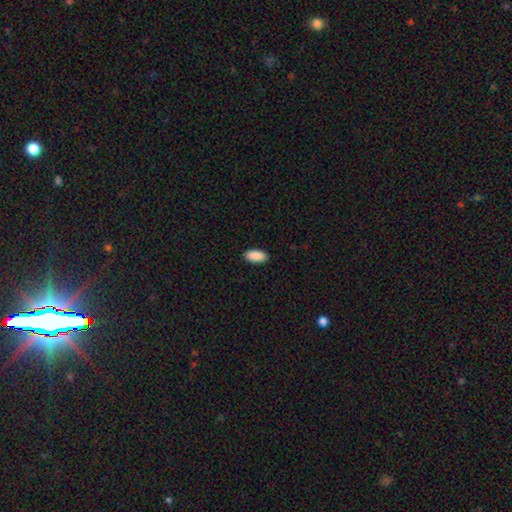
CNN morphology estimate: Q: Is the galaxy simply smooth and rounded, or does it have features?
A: smooth — 91%.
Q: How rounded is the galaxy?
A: in between — 94%.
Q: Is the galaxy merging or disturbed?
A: none — 91%.